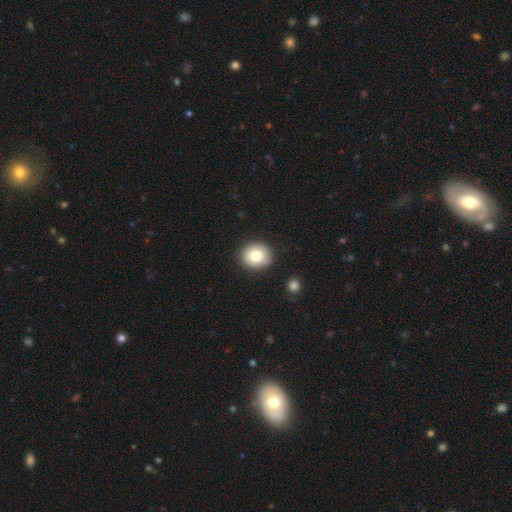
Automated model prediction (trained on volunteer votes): smooth_or_featured: smooth (p=0.81) [alt: featured or disk p=0.10]
how_rounded: round (p=0.80) [alt: in between p=0.19]
merging: none (p=0.88) [alt: minor disturbance p=0.08]